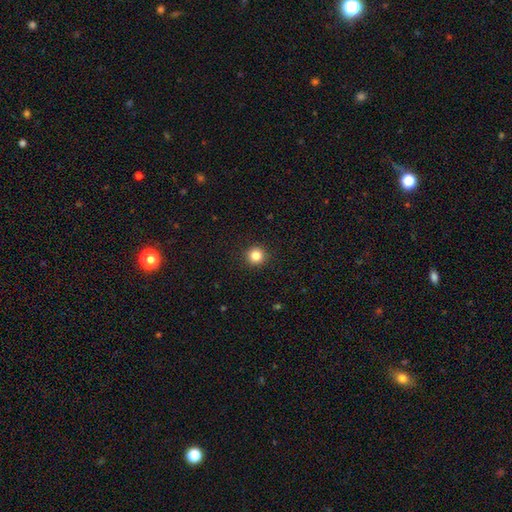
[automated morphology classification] Overall: smooth (84%). How rounded: round (95%). Merging: none (93%).